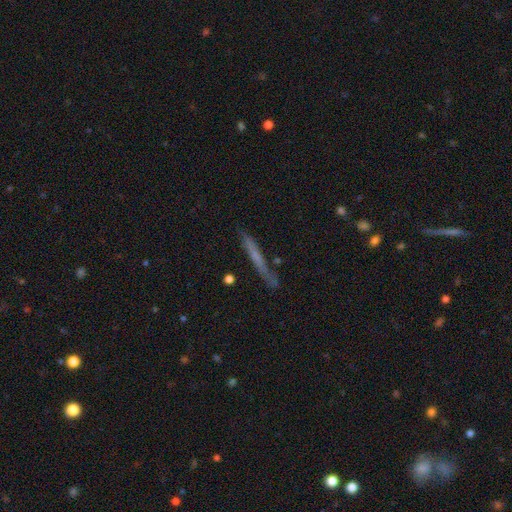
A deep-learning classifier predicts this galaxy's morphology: Overall: smooth (50%; featured or disk 42%). Merging: none (73%).